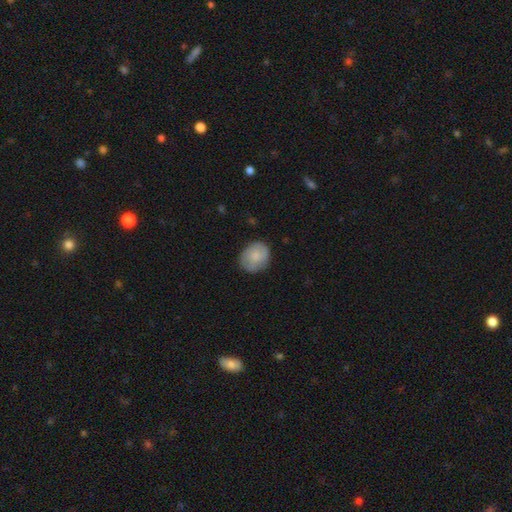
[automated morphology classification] This is likely a smooth galaxy (73%). How rounded: possibly round (60%). Merging: likely none (75%).